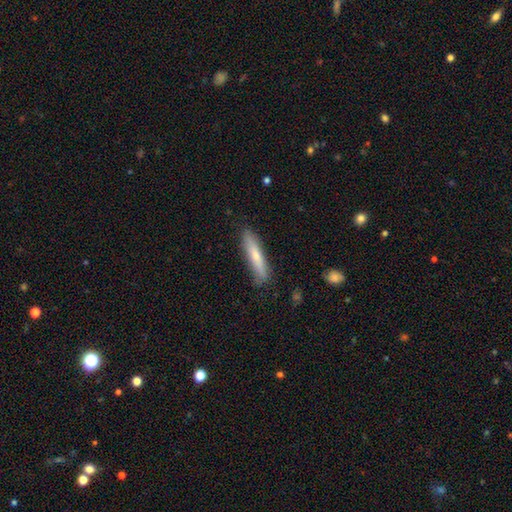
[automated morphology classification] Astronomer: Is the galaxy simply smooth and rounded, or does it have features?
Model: smooth — 58% (runner-up: featured or disk, 36%).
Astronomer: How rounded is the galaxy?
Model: cigar-shaped — 87%.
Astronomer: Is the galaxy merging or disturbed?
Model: none — 85%.